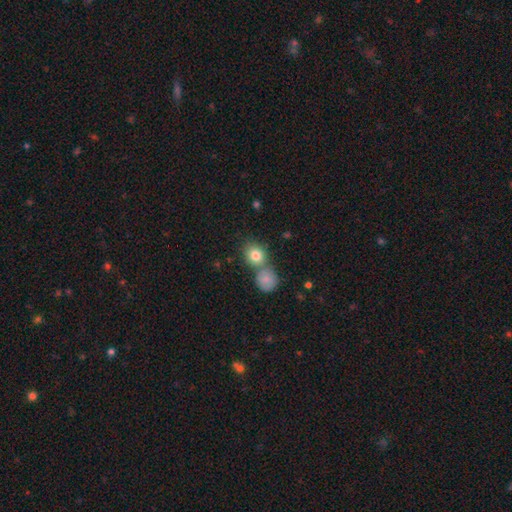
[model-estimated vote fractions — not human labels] The model was most divided on "merging": none: 47%, merger: 42%, minor disturbance: 8%, major disturbance: 3%. More confident: smooth or featured — smooth (81%); how rounded — round (72%).